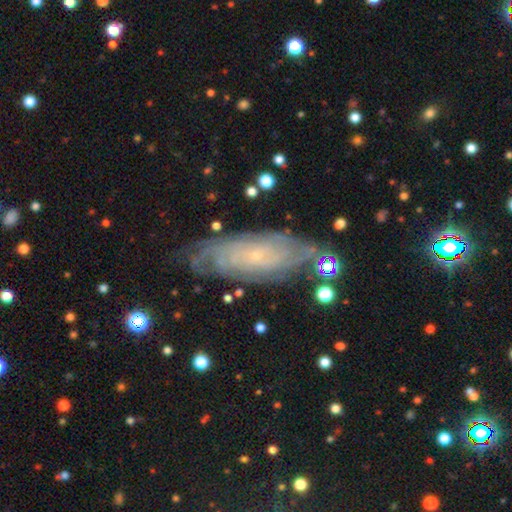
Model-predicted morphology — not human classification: Overall: featured or disk (77%). Edge-on disk: no (86%). Bar: no (80%). Spiral arms: yes (92%). Spiral arm count: can't tell (55%). Spiral winding: tight (77%). Bulge size: small (87%). Merging: none (75%).